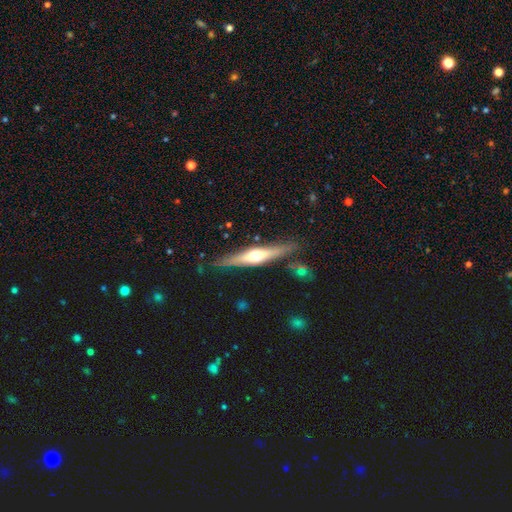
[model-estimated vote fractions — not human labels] Morphology: type=featured or disk (61%); edge-on=yes (92%); edge-on bulge=rounded (89%); merging=none (83%).